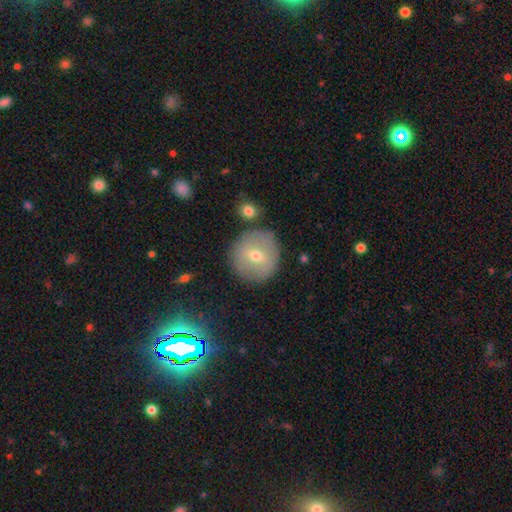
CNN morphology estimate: Smooth or featured?
  - smooth: 53% *
  - featured or disk: 36%
  - star or artifact: 11%
How rounded?
  - round: 94% *
  - in between: 5%
  - cigar-shaped: 1%
Merging?
  - none: 85% *
  - minor disturbance: 9%
  - merger: 3%
  - major disturbance: 3%